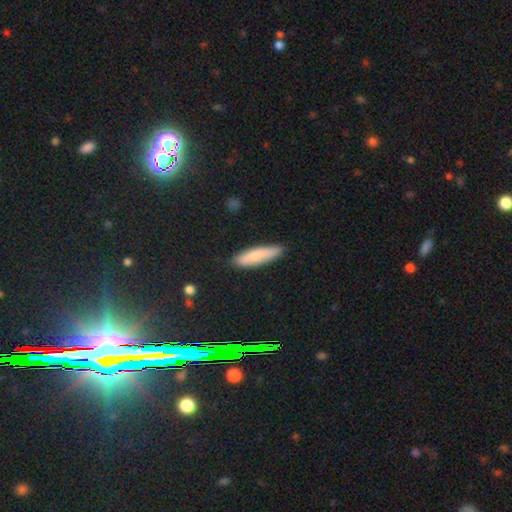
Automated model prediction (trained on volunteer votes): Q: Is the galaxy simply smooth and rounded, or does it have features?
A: smooth — 81%.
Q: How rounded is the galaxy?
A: cigar-shaped — 70%.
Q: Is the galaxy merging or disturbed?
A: none — 85%.